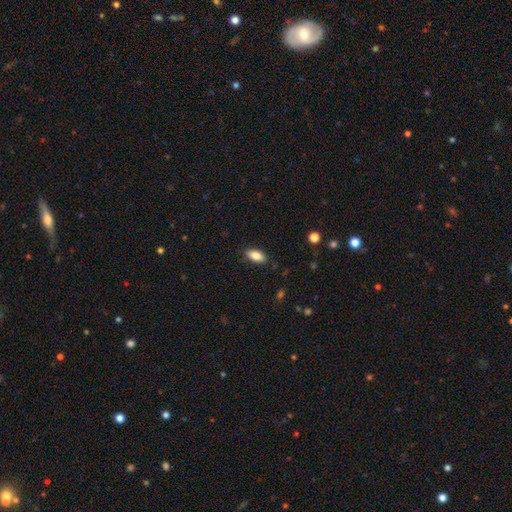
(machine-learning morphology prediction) A smooth galaxy with no disk features (85%) that is in between round and cigar-shaped (89%). Merging: none (86%).